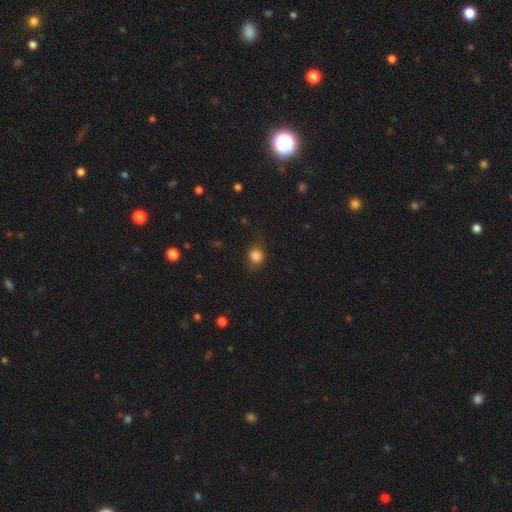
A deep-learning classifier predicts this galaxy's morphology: Overall: smooth (84%). How rounded: round (75%). Merging: none (72%).